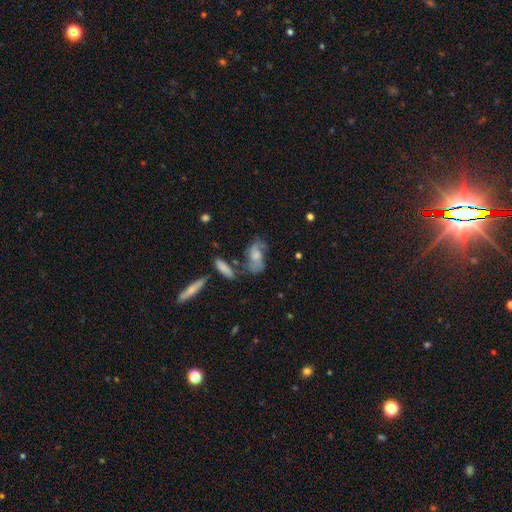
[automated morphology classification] featured or disk 57%, smooth 35%, star or artifact 8%. Down the decision tree: edge-on disk — no (92%); bar — no (63%); spiral arms — yes (79%); bulge size — moderate (36%); merging — none (44%).